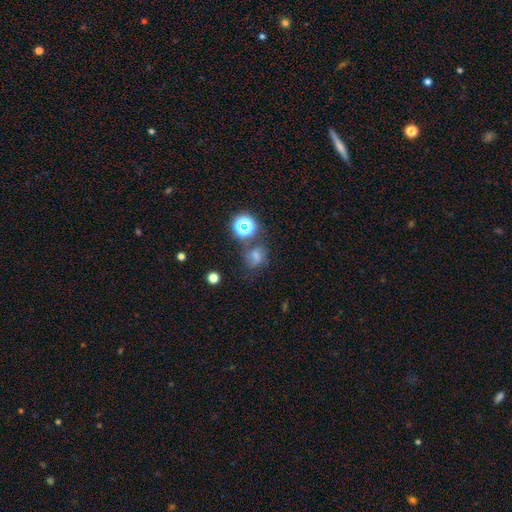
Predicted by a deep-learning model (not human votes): The model was most divided on "smooth or featured": star or artifact: 39%, smooth: 34%, featured or disk: 27%.